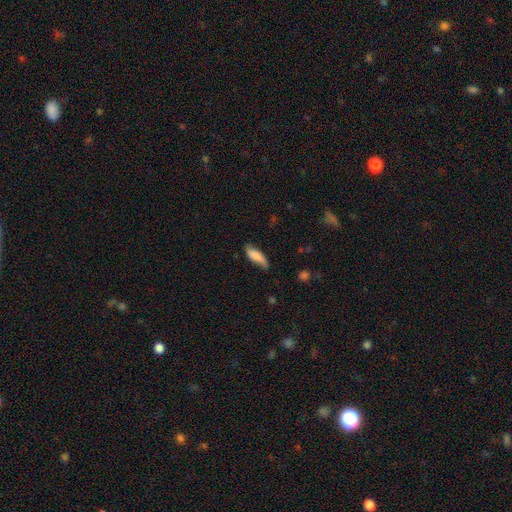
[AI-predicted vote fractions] Q: Smooth or featured?
A: smooth (78%); runner-up: featured or disk (16%)
Q: How rounded?
A: in between (61%); runner-up: cigar-shaped (37%)
Q: Merging?
A: none (59%); runner-up: minor disturbance (32%)